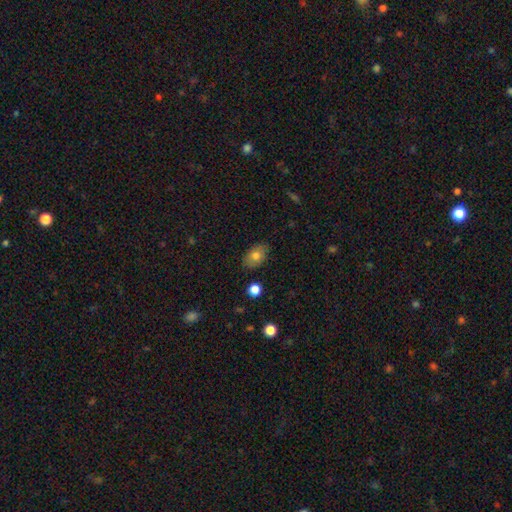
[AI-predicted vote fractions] The model was most divided on "smooth or featured": smooth: 77%, featured or disk: 14%, star or artifact: 9%. More confident: how rounded — in between (85%); merging — none (85%).